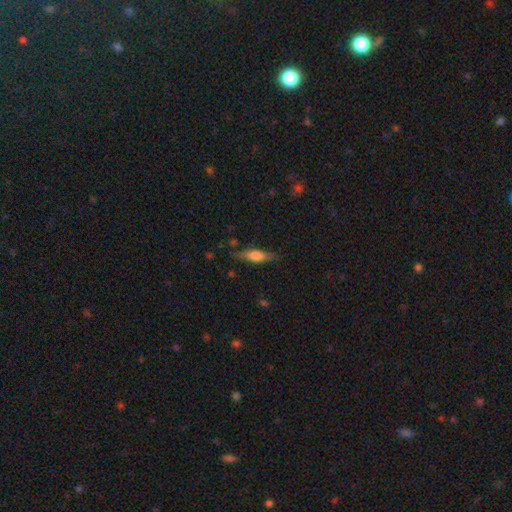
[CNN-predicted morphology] This is possibly a smooth galaxy (54%). How rounded: possibly cigar-shaped (56%). Merging: likely none (75%).